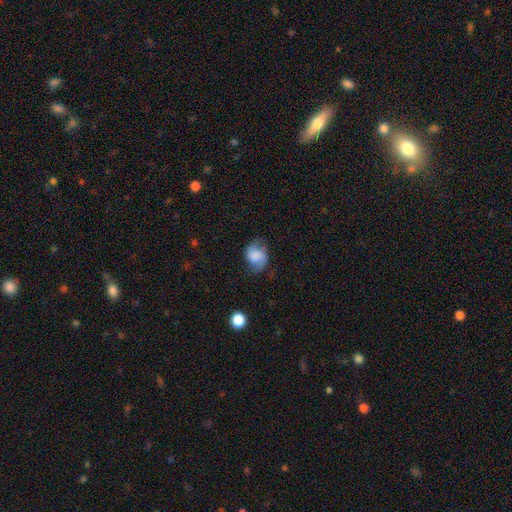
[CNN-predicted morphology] Q: Smooth or featured?
A: smooth (62%); runner-up: featured or disk (29%)
Q: How rounded?
A: in between (51%); runner-up: round (48%)
Q: Merging?
A: none (56%); runner-up: minor disturbance (28%)